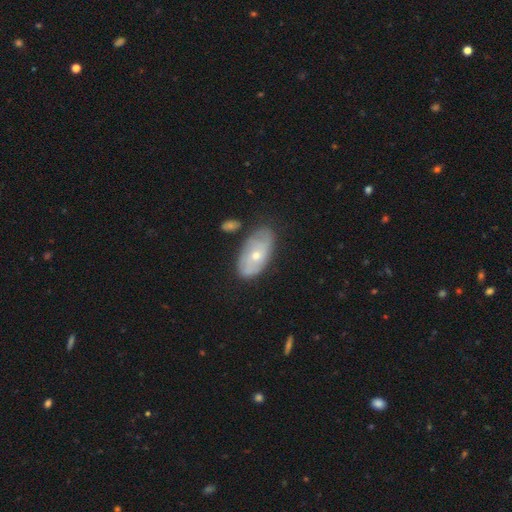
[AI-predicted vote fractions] Smooth or featured? featured or disk (53%)
Edge-on disk? no (90%)
Merging? none (63%)